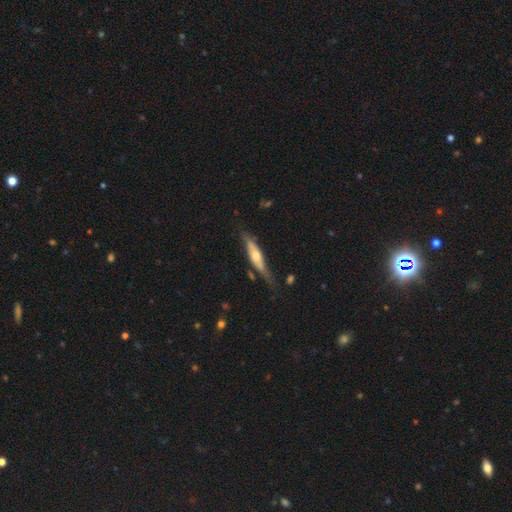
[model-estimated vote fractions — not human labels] Morphology: type=featured or disk (60%); edge-on=yes (82%); merging=none (64%).